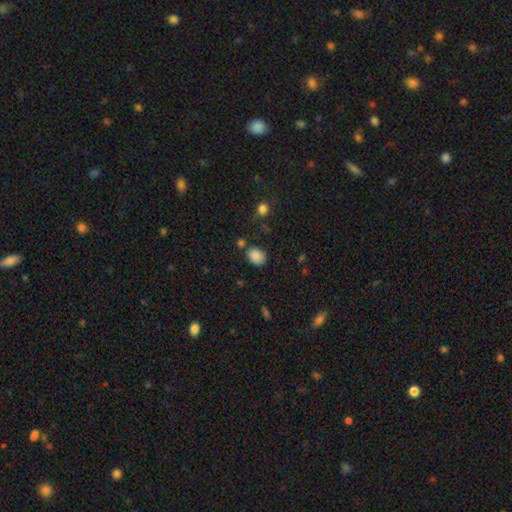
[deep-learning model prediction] smooth-or-featured: smooth: 86% | star or artifact: 10% | featured or disk: 5%
  how-rounded: in between: 55% | round: 44% | cigar-shaped: 1%
  merging: none: 70% | minor disturbance: 18% | merger: 7% | major disturbance: 5%